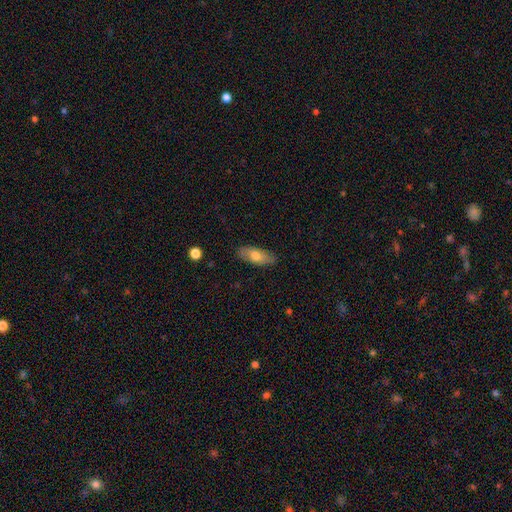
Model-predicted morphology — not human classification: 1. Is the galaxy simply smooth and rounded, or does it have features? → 69% smooth, 25% featured or disk, 6% star or artifact.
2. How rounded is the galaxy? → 81% in between, 16% cigar-shaped, 3% round.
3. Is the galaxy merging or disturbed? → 83% none, 13% minor disturbance, 2% major disturbance, 1% merger.